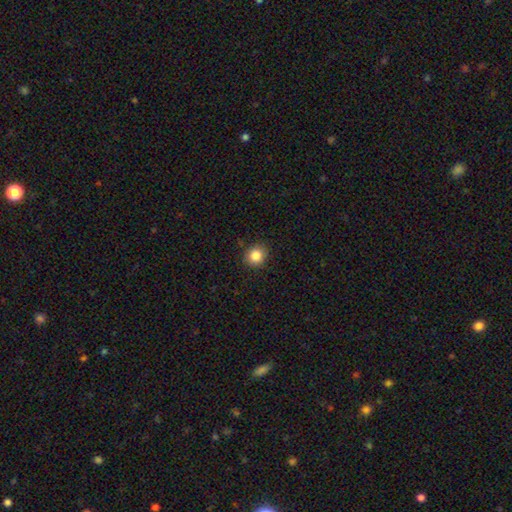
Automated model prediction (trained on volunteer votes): smooth 85%, star or artifact 10%, featured or disk 5%. Down the decision tree: how rounded — round (86%); merging — none (89%).